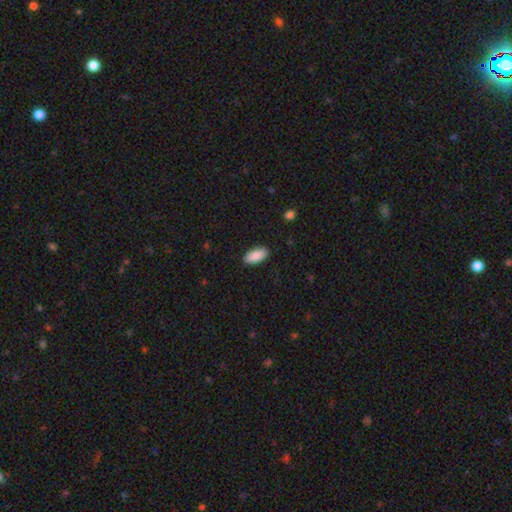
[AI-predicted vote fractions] Smooth or featured?
  - smooth: 90% *
  - star or artifact: 6%
  - featured or disk: 4%
How rounded?
  - in between: 93% *
  - cigar-shaped: 5%
  - round: 2%
Merging?
  - none: 90% *
  - minor disturbance: 8%
  - major disturbance: 2%
  - merger: 1%